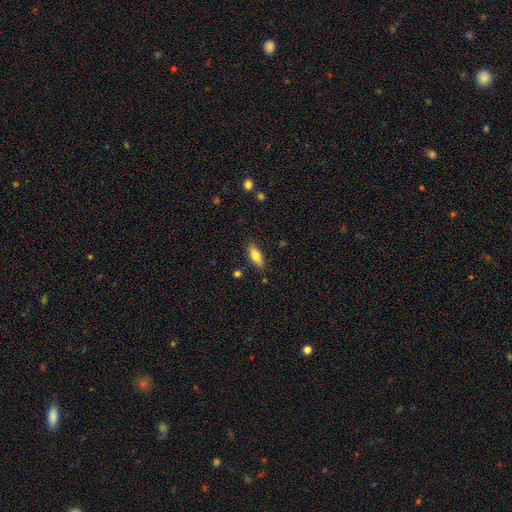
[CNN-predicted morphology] This appears to be a smooth galaxy with no disk features (76%) that is in between round and cigar-shaped (71%). Merging: none (83%).